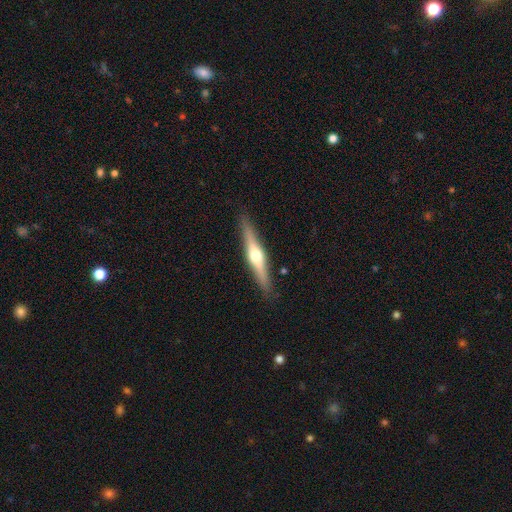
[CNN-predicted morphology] Overall: featured or disk (70%). Edge-on disk: yes (97%). Edge-on bulge: rounded (93%). Merging: none (90%).